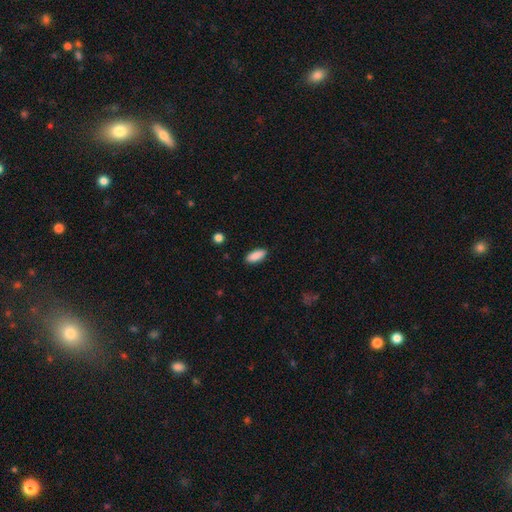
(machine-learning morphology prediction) Smooth or featured: smooth — 90% (star or artifact — 6%)
How rounded: in between — 82% (cigar-shaped — 16%)
Merging: none — 88% (minor disturbance — 9%)